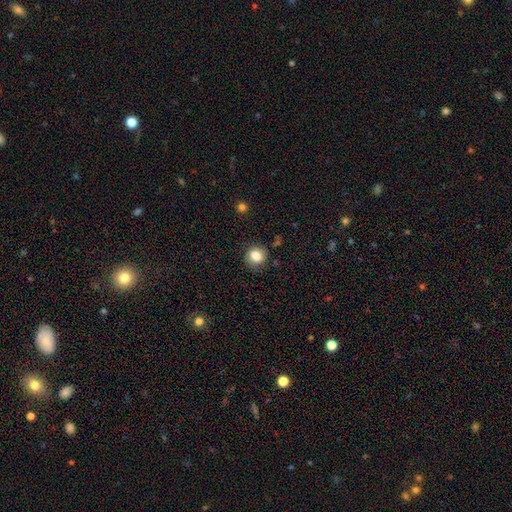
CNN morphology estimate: smooth 83%, star or artifact 10%, featured or disk 7%. Down the decision tree: how rounded — round (76%); merging — none (82%).